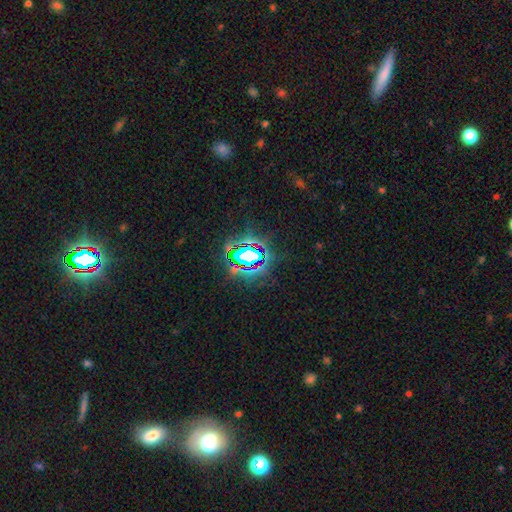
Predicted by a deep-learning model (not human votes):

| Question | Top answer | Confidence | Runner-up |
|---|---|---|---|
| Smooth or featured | star or artifact | 73% | smooth (15%) |